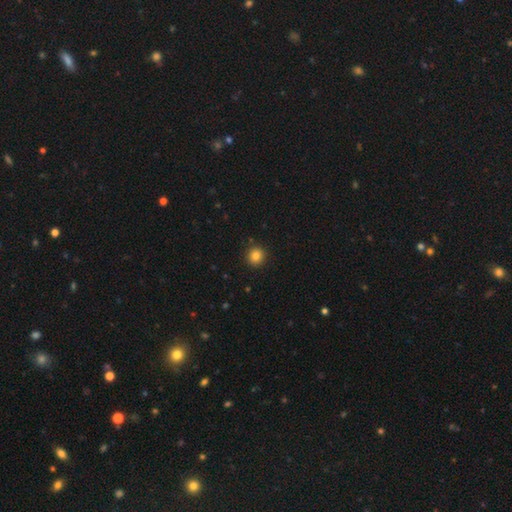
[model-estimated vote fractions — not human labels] Q: Smooth or featured?
A: smooth (83%); runner-up: star or artifact (11%)
Q: How rounded?
A: round (91%); runner-up: in between (8%)
Q: Merging?
A: none (91%); runner-up: minor disturbance (6%)